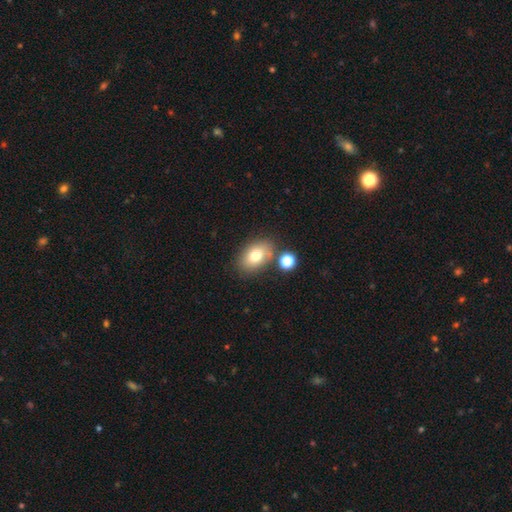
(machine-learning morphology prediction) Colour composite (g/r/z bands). It shows a smooth galaxy with no disk features (75%) that is in between round and cigar-shaped (82%). Merging: none (73%).